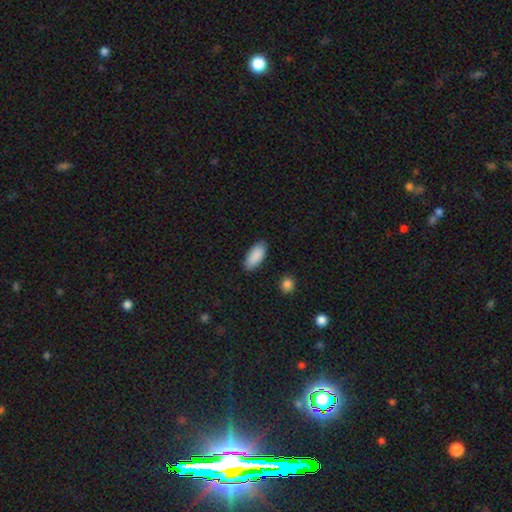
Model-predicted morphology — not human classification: Smooth or featured? smooth (90%)
How rounded? in between (89%)
Merging? none (86%)